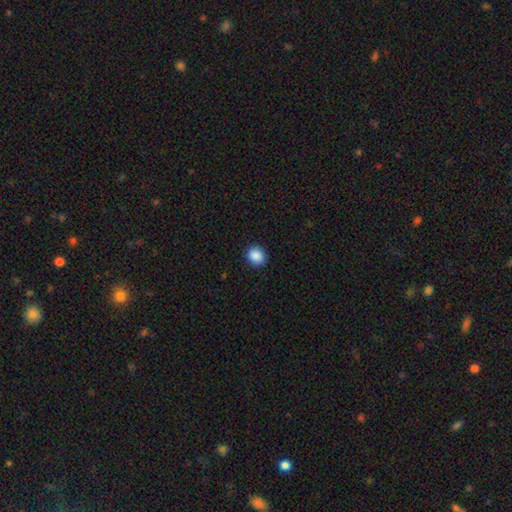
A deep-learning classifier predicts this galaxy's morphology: The model was most divided on "how rounded": round: 70%, in between: 29%, cigar-shaped: 1%. More confident: merging — none (90%); smooth or featured — smooth (89%).